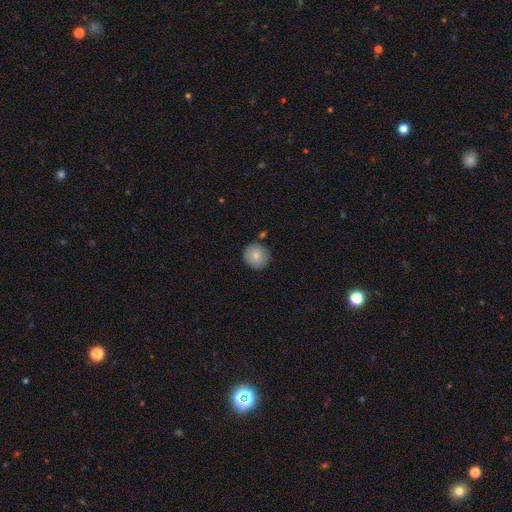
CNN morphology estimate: Smooth or featured? smooth (85%)
How rounded? round (95%)
Merging? none (85%)